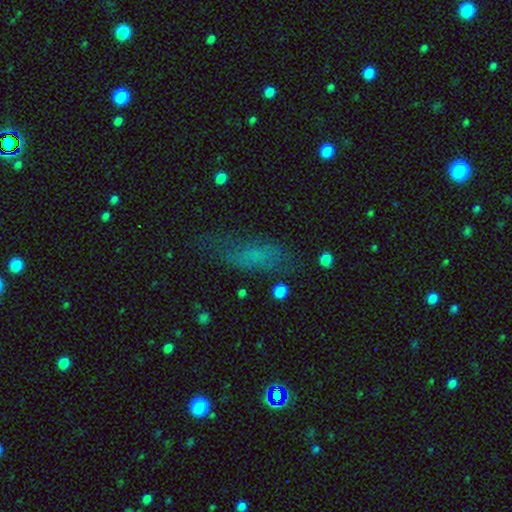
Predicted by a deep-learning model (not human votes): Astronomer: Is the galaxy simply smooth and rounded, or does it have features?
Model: smooth — 59%.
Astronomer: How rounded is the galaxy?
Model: in between — 58% (runner-up: cigar-shaped, 38%).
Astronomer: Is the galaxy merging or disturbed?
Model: none — 58%.